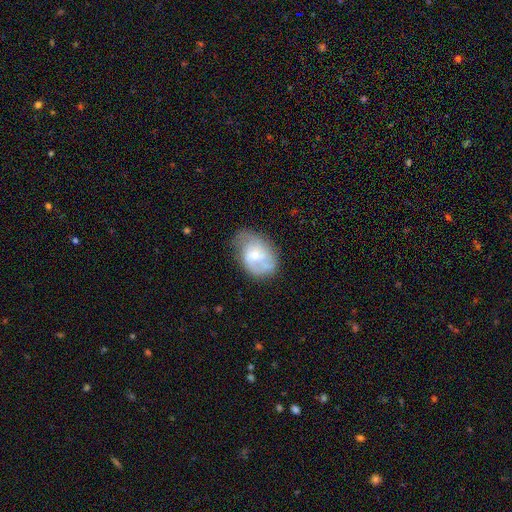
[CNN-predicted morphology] Smooth or featured? featured or disk (56%)
Edge-on disk? no (97%)
Bar? no (60%)
Spiral arms? yes (71%)
Bulge size? small (45%)
Merging? none (49%)